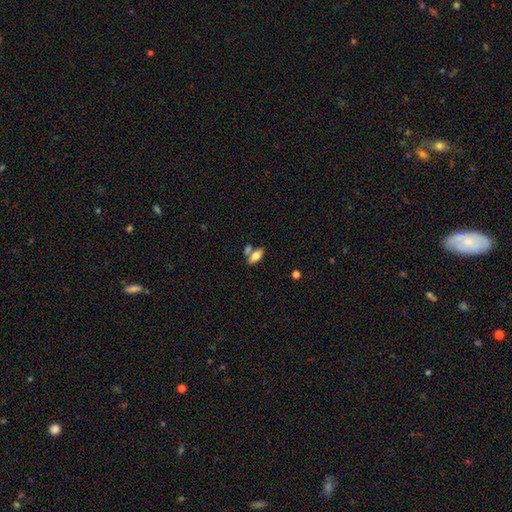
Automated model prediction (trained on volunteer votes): Smooth or featured? smooth (72%)
How rounded? in between (81%)
Merging? none (54%)